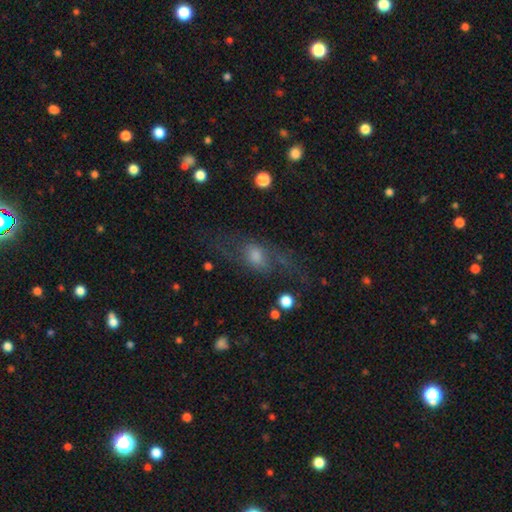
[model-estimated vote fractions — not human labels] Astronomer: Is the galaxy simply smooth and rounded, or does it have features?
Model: featured or disk — 55% (runner-up: smooth, 32%).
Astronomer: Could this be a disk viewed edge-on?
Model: no — 73%.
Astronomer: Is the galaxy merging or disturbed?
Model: none — 58%.